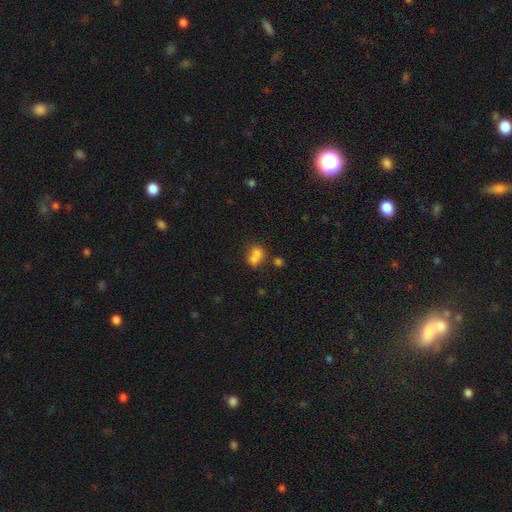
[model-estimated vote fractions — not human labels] Smooth or featured? smooth (72%)
How rounded? in between (56%)
Merging? merger (54%)